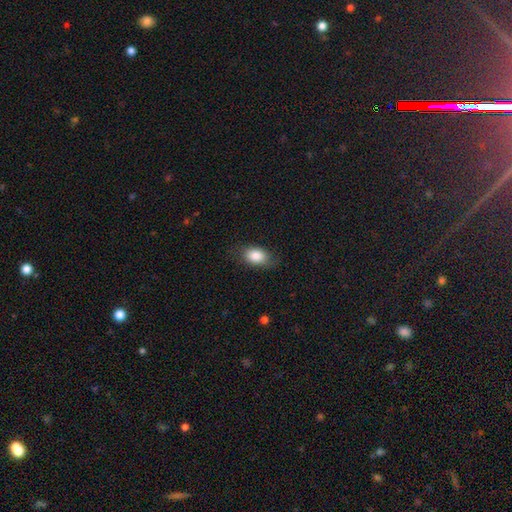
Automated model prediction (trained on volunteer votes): Morphology: type=smooth (84%); roundness=in between (84%); merging=none (77%).